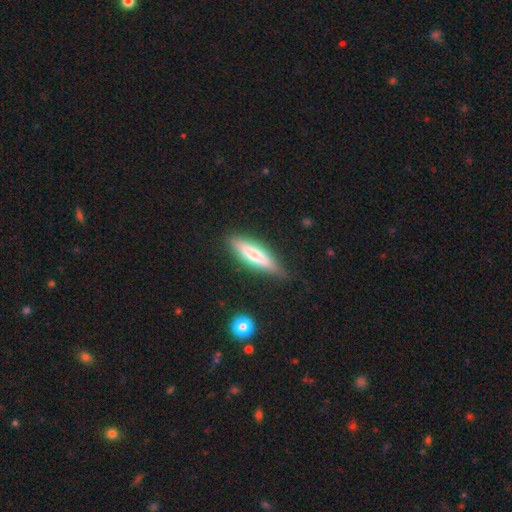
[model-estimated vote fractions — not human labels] This is possibly a smooth galaxy (56%). How rounded: likely cigar-shaped (74%). Merging: clearly none (80%).